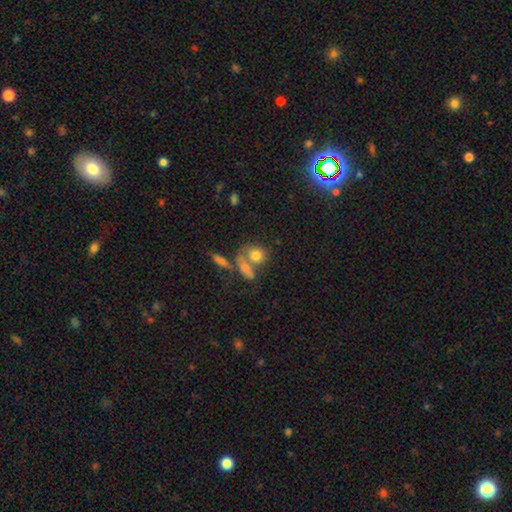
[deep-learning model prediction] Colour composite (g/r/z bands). It shows a smooth galaxy with no disk features (71%) that is round (53%). Merging: merger (45%).